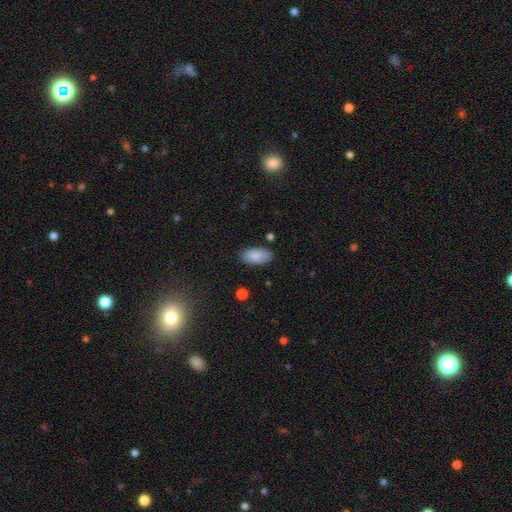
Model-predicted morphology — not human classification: Smooth or featured: smooth — 88% (star or artifact — 6%)
How rounded: in between — 94% (cigar-shaped — 4%)
Merging: none — 85% (minor disturbance — 11%)